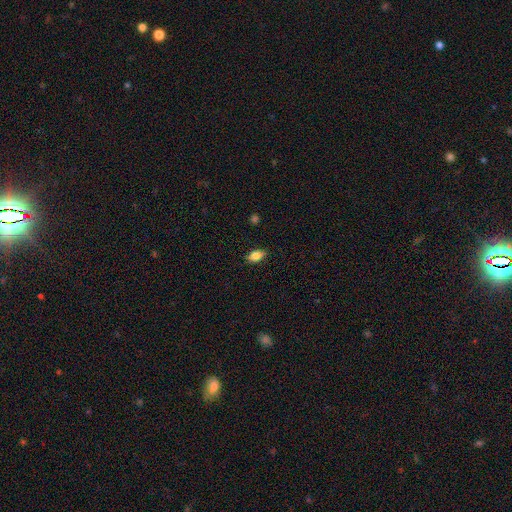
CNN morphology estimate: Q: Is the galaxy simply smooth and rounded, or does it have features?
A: smooth — 82%.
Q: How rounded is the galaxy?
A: in between — 88%.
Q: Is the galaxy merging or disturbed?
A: none — 85%.